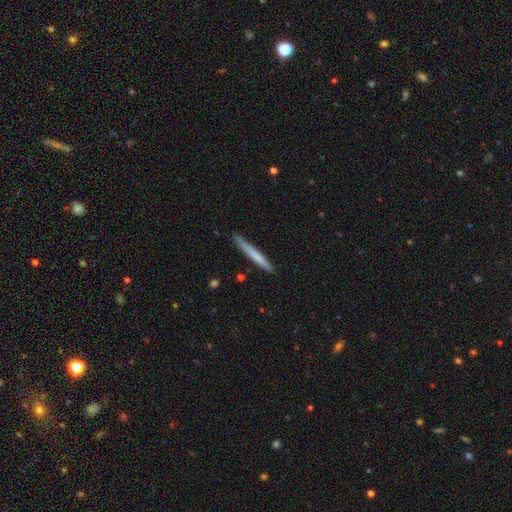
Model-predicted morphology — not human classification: The model was most divided on "smooth or featured": smooth: 64%, featured or disk: 31%, star or artifact: 5%. More confident: how rounded — cigar-shaped (97%); merging — none (88%).